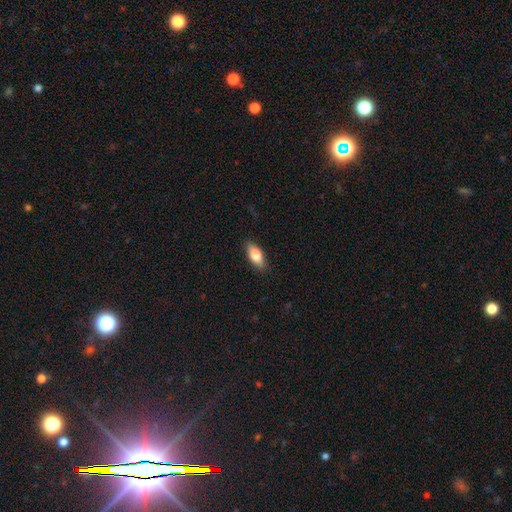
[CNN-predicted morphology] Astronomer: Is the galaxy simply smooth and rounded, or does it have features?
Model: smooth — 78%.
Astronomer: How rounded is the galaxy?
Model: in between — 82%.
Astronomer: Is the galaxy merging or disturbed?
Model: none — 87%.